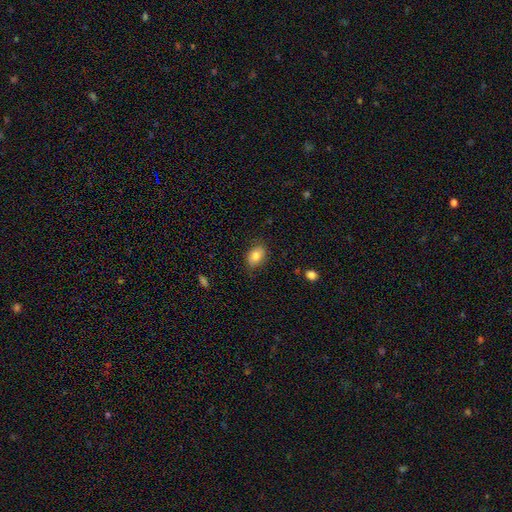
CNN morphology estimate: Smooth or featured?
  - smooth: 81% *
  - featured or disk: 11%
  - star or artifact: 8%
How rounded?
  - in between: 81% *
  - round: 17%
  - cigar-shaped: 1%
Merging?
  - none: 80% *
  - minor disturbance: 16%
  - major disturbance: 4%
  - merger: 1%